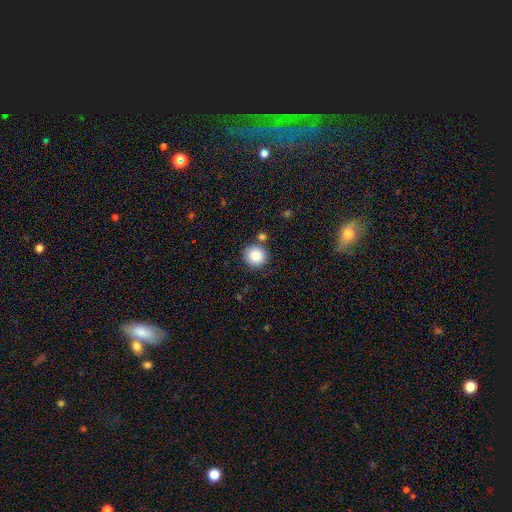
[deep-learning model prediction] This is clearly a smooth galaxy (84%). How rounded: clearly round (93%). Merging: clearly none (81%).